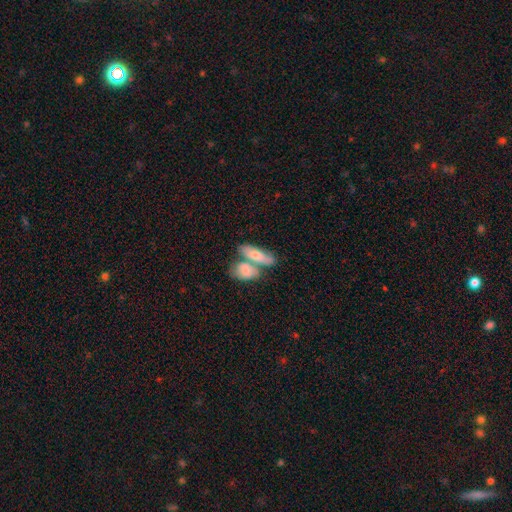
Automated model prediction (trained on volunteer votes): The model was most divided on "merging": merger: 50%, none: 35%, minor disturbance: 11%, major disturbance: 4%. More confident: how rounded — in between (68%); smooth or featured — smooth (66%).